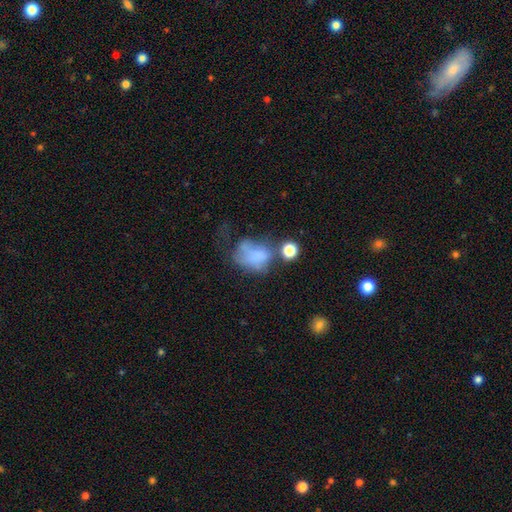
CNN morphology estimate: Q: Smooth or featured?
A: smooth (58%); runner-up: featured or disk (28%)
Q: How rounded?
A: in between (67%); runner-up: round (32%)
Q: Merging?
A: major disturbance (36%); runner-up: none (24%)